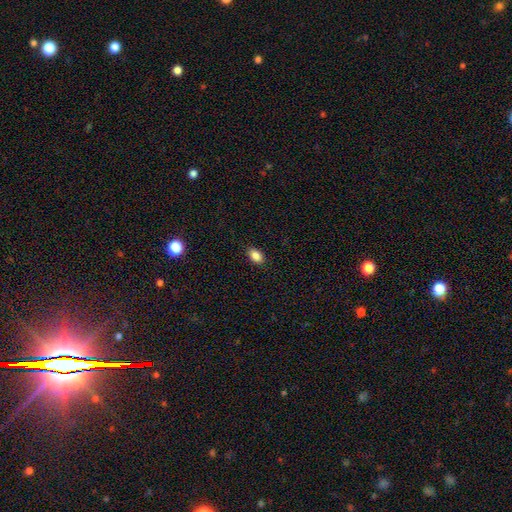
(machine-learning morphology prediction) This appears to be a smooth galaxy with no disk features (86%) that is in between round and cigar-shaped (87%). Merging: none (89%).